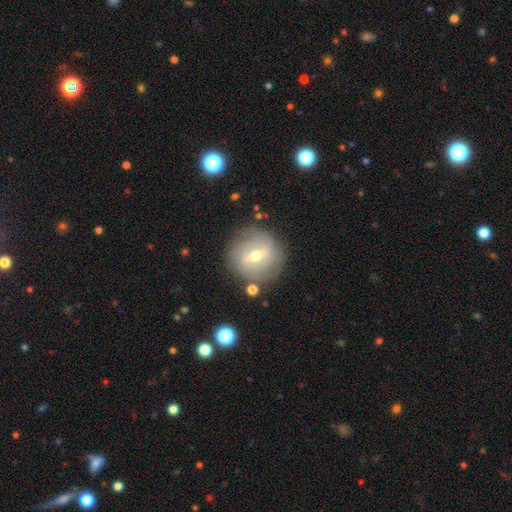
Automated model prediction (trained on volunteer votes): This appears to be a featured or disk galaxy (65%) with a weak bar (53%), spiral arms (67%) and a moderate central bulge (61%). Merging: none (80%).